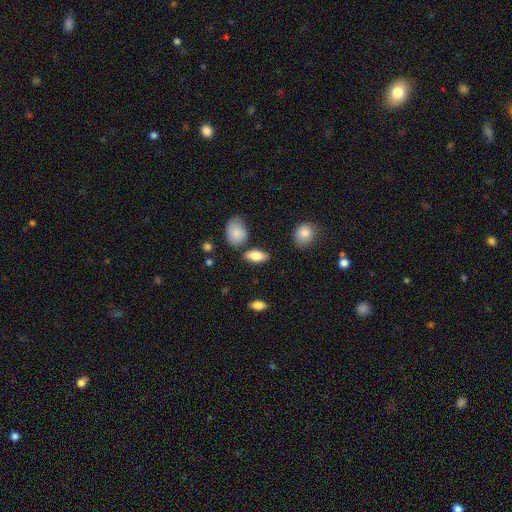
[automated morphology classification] The model was most divided on "smooth or featured": smooth: 75%, featured or disk: 18%, star or artifact: 7%. More confident: how rounded — in between (84%); merging — none (79%).